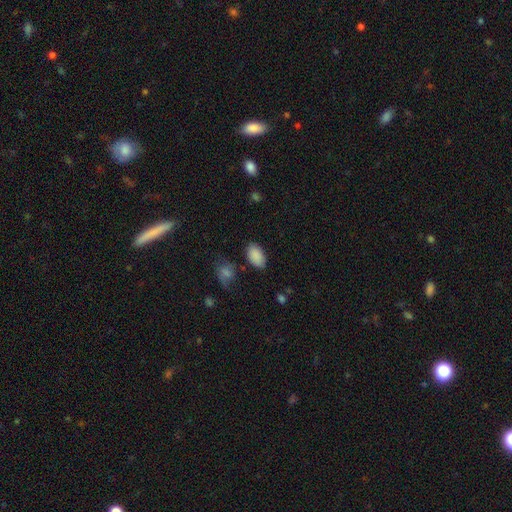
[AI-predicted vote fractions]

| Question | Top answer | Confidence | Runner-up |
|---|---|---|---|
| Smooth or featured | smooth | 88% | star or artifact (7%) |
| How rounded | in between | 93% | round (5%) |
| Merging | none | 80% | minor disturbance (14%) |